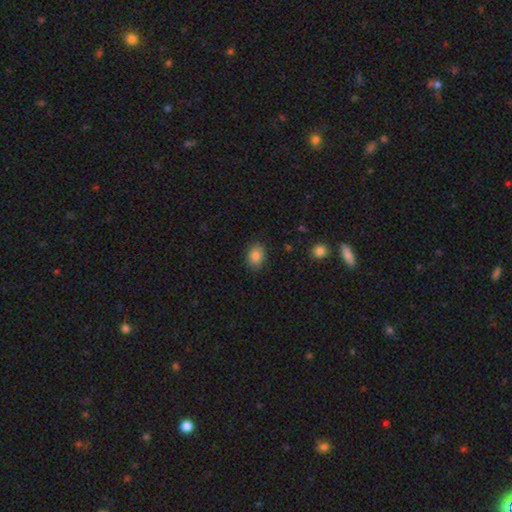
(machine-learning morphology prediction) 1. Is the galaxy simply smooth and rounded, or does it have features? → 86% smooth, 9% star or artifact, 6% featured or disk.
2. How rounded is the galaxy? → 68% in between, 31% round, 1% cigar-shaped.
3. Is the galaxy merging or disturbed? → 86% none, 10% minor disturbance, 2% major disturbance, 1% merger.